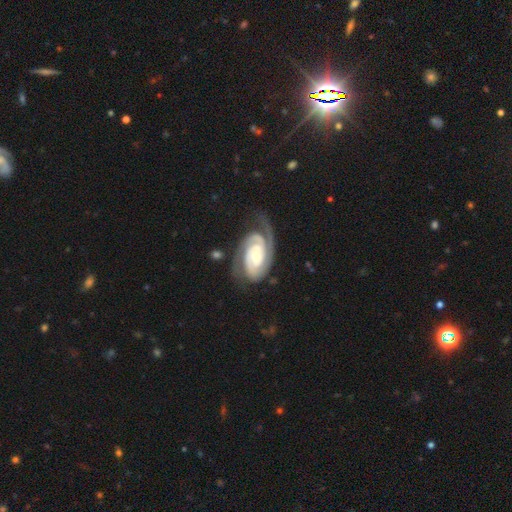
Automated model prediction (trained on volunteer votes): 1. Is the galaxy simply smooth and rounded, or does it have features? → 92% featured or disk, 4% smooth, 3% star or artifact.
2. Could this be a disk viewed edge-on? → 97% no, 3% yes.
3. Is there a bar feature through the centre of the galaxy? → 59% no, 29% weak, 12% strong.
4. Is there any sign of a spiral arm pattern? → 98% yes, 2% no.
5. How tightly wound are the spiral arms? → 75% tight, 22% medium, 4% loose.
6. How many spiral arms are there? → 77% 2, 10% 3, 6% can't tell, 4% 1, 2% 4, 2% more than 4.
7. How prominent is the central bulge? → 56% moderate, 37% small, 5% large, 2% none, 1% dominant.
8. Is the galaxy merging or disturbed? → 69% none, 19% minor disturbance, 10% major disturbance, 2% merger.